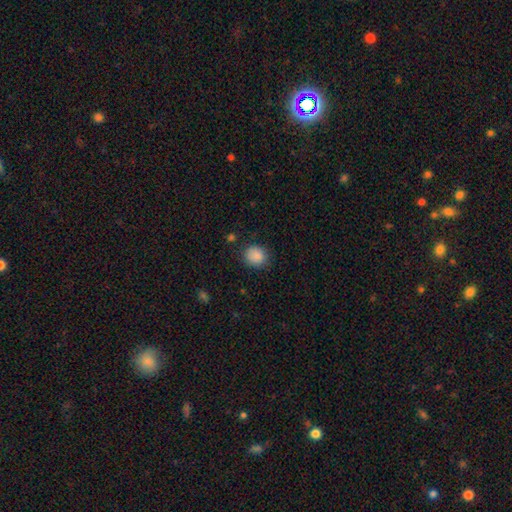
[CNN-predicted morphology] This is clearly a smooth galaxy (87%). How rounded: likely round (72%). Merging: clearly none (83%).